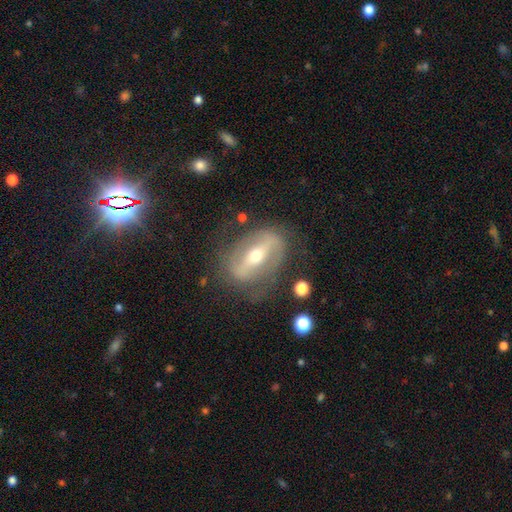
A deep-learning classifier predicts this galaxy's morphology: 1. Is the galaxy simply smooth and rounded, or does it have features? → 78% featured or disk, 15% smooth, 7% star or artifact.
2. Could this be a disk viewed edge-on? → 85% no, 15% yes.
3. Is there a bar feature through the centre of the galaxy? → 71% strong, 18% weak, 11% no.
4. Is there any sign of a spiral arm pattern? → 54% yes, 46% no.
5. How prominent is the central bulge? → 54% moderate, 41% small, 3% large, 1% dominant, 1% none.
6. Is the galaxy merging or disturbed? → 70% none, 17% minor disturbance, 11% major disturbance, 2% merger.